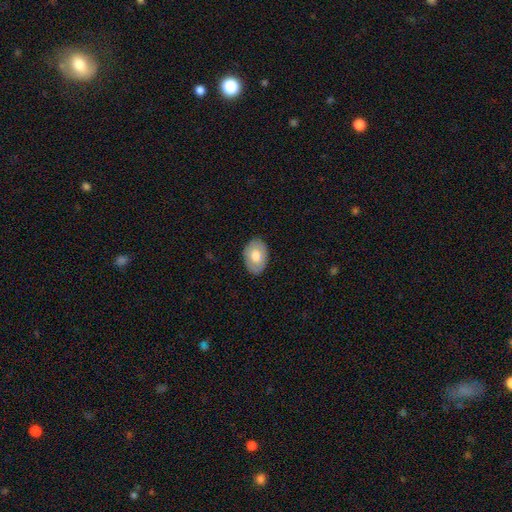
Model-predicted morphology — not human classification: Smooth or featured?
  - smooth: 66% *
  - featured or disk: 28%
  - star or artifact: 6%
How rounded?
  - in between: 84% *
  - round: 15%
  - cigar-shaped: 1%
Merging?
  - none: 84% *
  - minor disturbance: 12%
  - major disturbance: 3%
  - merger: 1%